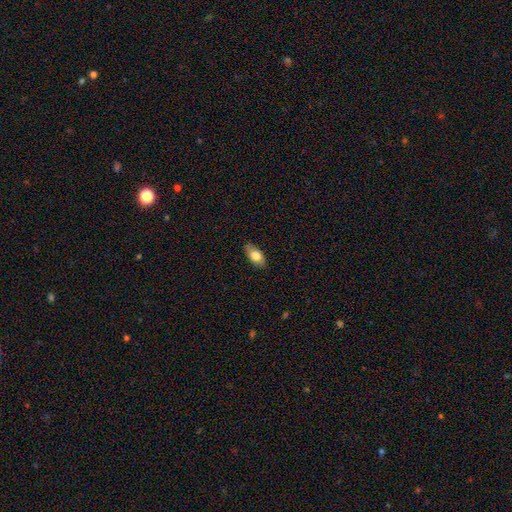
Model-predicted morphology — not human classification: smooth 76%, featured or disk 17%, star or artifact 6%. Down the decision tree: how rounded — in between (91%); merging — none (86%).